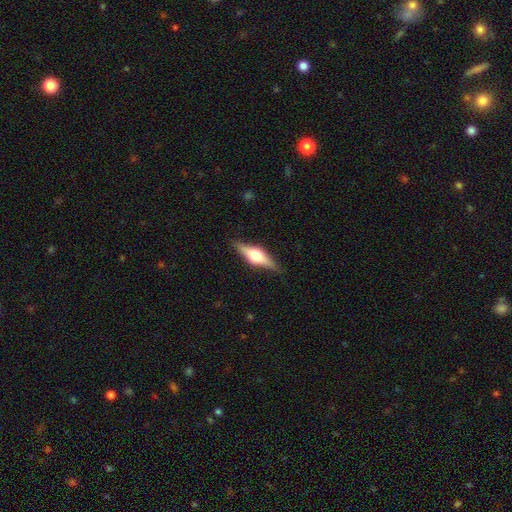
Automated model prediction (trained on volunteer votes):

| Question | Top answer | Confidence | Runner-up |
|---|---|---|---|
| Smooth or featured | featured or disk | 64% | smooth (30%) |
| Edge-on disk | yes | 95% | no (5%) |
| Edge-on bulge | rounded | 93% | boxy (5%) |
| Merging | none | 87% | minor disturbance (10%) |